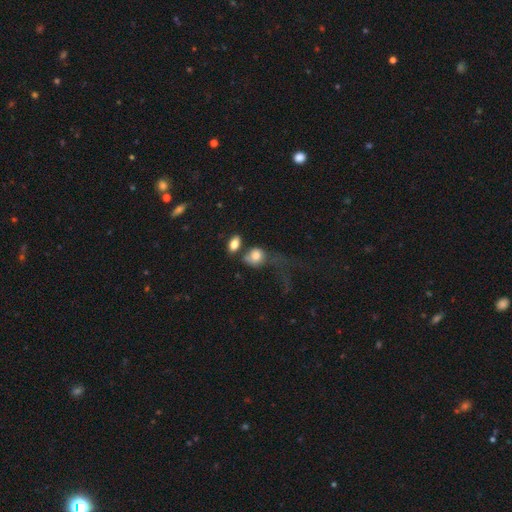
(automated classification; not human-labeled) Smooth or featured: smooth — 77% (featured or disk — 14%)
How rounded: in between — 56% (round — 41%)
Merging: merger — 33% (major disturbance — 28%)